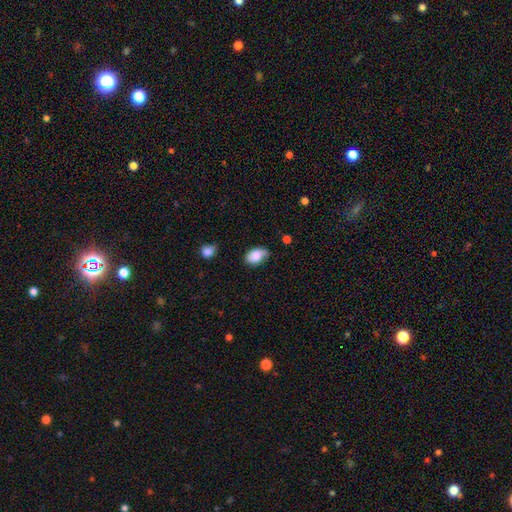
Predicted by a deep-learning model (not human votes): Morphology: type=smooth (77%); roundness=in between (88%); merging=none (54%).